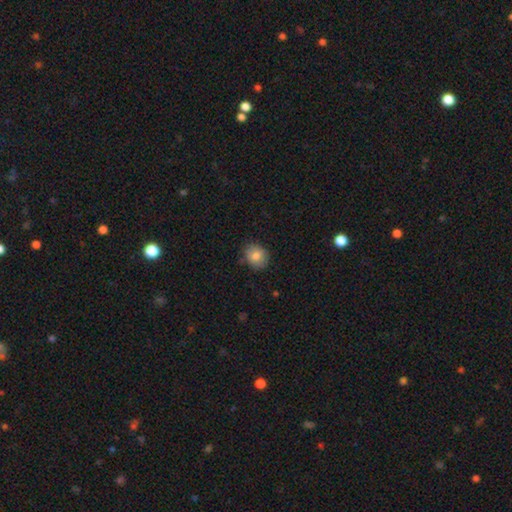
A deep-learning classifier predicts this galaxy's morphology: smooth 82%, featured or disk 9%, star or artifact 9%. Down the decision tree: how rounded — round (64%); merging — none (82%).